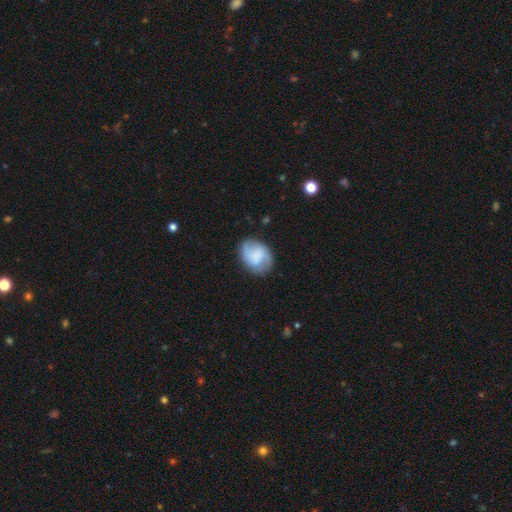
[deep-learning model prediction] Q: Smooth or featured?
A: featured or disk (47%); runner-up: smooth (45%)
Q: Merging?
A: none (72%); runner-up: minor disturbance (20%)